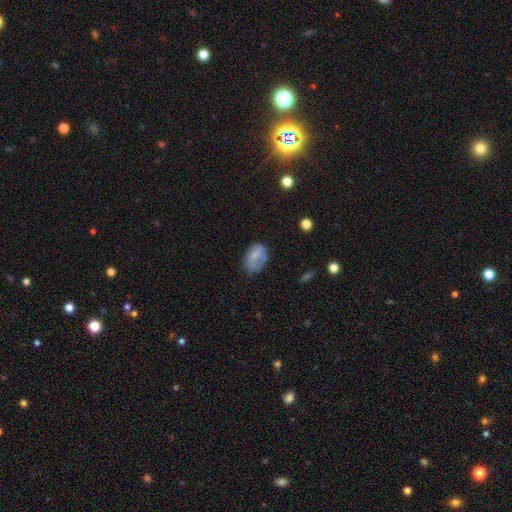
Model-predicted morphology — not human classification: Smooth or featured? Predicted: smooth (p=0.68). How rounded? Predicted: in between (p=0.83). Merging? Predicted: none (p=0.58).